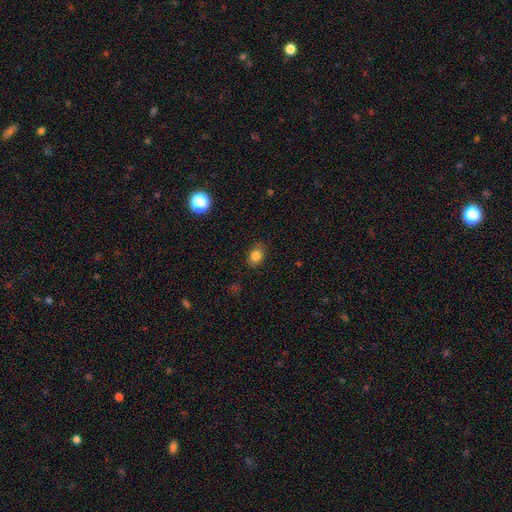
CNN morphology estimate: smooth_or_featured: smooth (p=0.83) [alt: star or artifact p=0.11]
how_rounded: in between (p=0.60) [alt: round p=0.39]
merging: none (p=0.83) [alt: minor disturbance p=0.13]